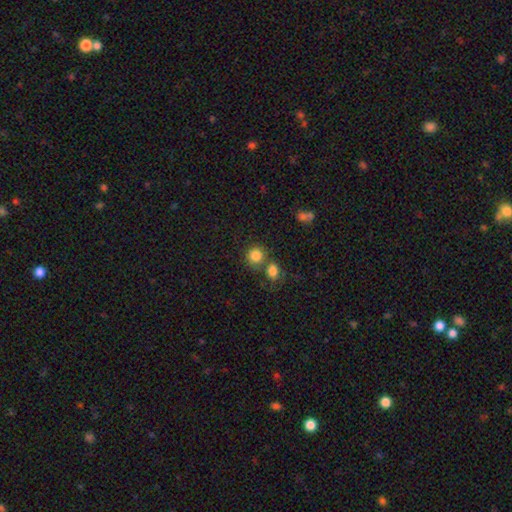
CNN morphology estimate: smooth_or_featured: smooth (p=0.83) [alt: star or artifact p=0.11]
how_rounded: round (p=0.86) [alt: in between p=0.13]
merging: none (p=0.59) [alt: merger p=0.28]